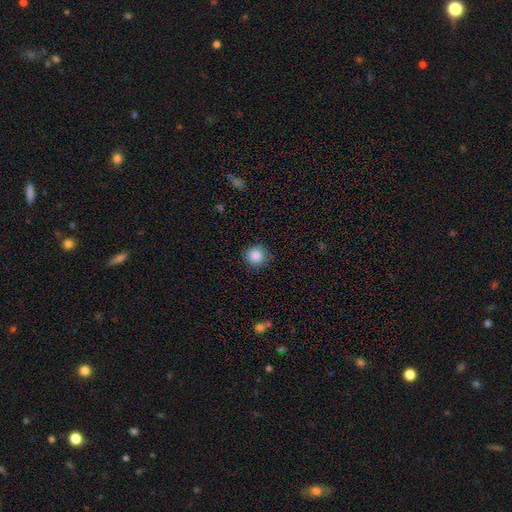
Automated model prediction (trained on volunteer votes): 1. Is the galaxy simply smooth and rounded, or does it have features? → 86% smooth, 10% star or artifact, 4% featured or disk.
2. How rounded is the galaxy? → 93% round, 6% in between, 1% cigar-shaped.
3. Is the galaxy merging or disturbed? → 88% none, 9% minor disturbance, 2% major disturbance, 1% merger.